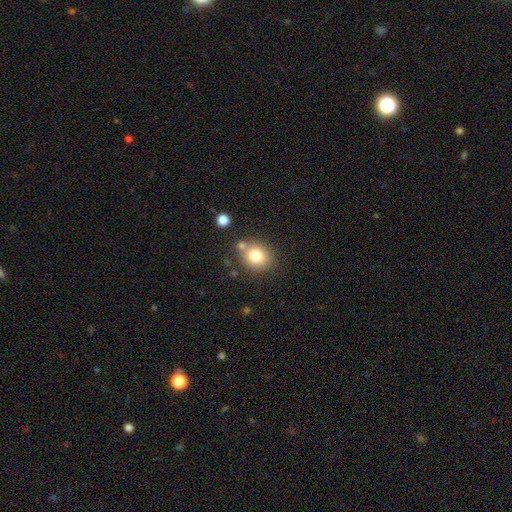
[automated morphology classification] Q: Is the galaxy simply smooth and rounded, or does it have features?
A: smooth — 78%.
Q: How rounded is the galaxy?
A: round — 75%.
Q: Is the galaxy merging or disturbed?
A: none — 70%.